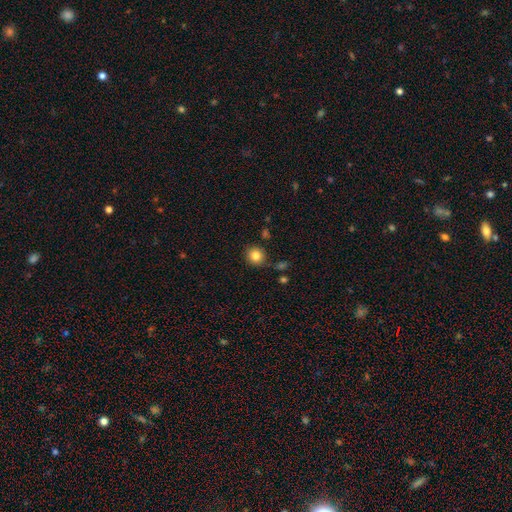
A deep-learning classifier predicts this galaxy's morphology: Smooth or featured?
  - smooth: 83% *
  - star or artifact: 11%
  - featured or disk: 7%
How rounded?
  - round: 89% *
  - in between: 10%
  - cigar-shaped: 1%
Merging?
  - none: 84% *
  - minor disturbance: 10%
  - merger: 3%
  - major disturbance: 3%